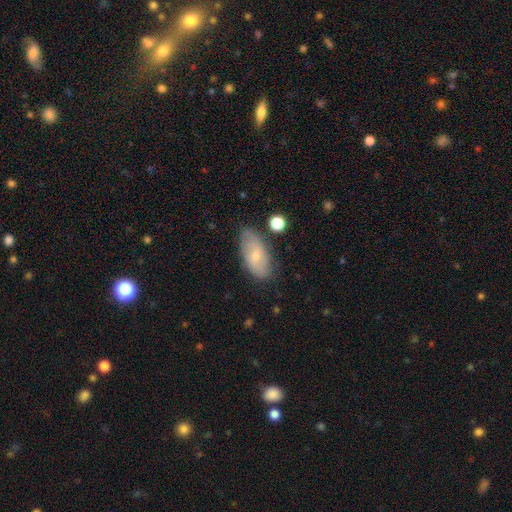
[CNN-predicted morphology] Smooth or featured?
  - smooth: 54% *
  - featured or disk: 39%
  - star or artifact: 7%
How rounded?
  - in between: 90% *
  - cigar-shaped: 6%
  - round: 4%
Merging?
  - none: 72% *
  - minor disturbance: 21%
  - major disturbance: 5%
  - merger: 3%